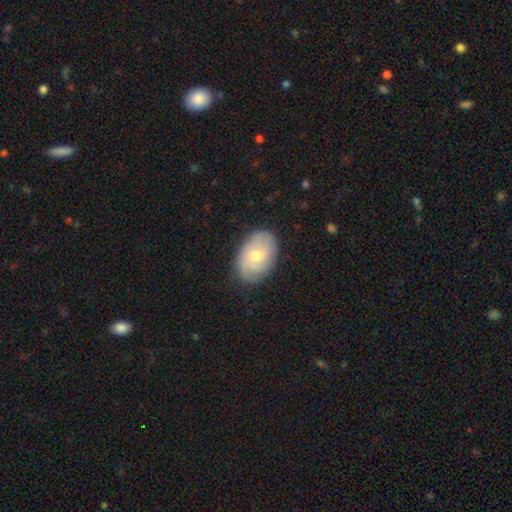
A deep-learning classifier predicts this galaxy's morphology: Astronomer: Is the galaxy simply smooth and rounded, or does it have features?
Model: smooth — 50% (runner-up: featured or disk, 43%).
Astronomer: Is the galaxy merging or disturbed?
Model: none — 82%.